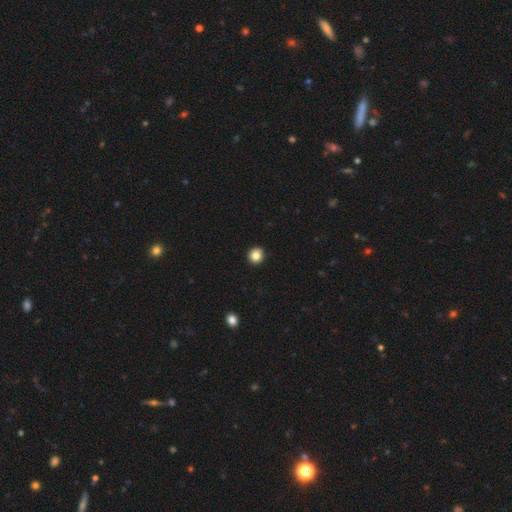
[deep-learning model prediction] The model was most divided on "smooth or featured": smooth: 85%, star or artifact: 10%, featured or disk: 5%. More confident: merging — none (93%); how rounded — round (93%).